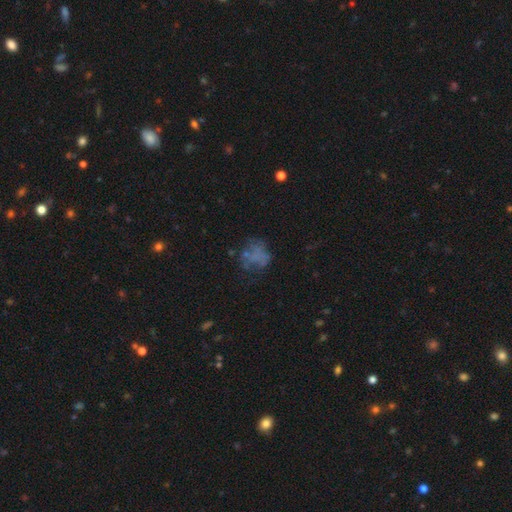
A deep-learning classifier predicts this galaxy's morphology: This is possibly a smooth galaxy (48%). Merging: possibly none (45%).